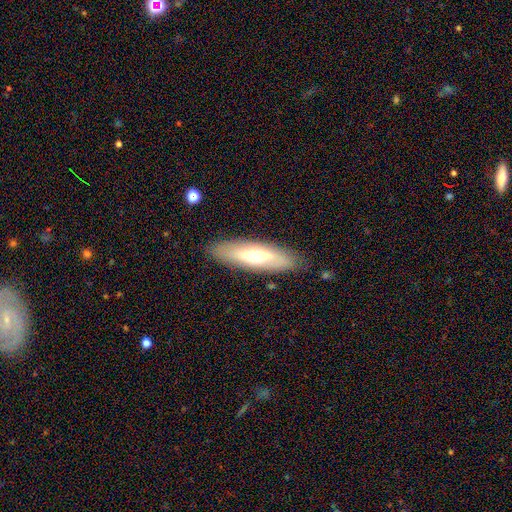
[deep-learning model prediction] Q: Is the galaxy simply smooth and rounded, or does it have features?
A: smooth — 52%.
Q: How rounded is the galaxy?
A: cigar-shaped — 50%.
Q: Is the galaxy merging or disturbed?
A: none — 86%.